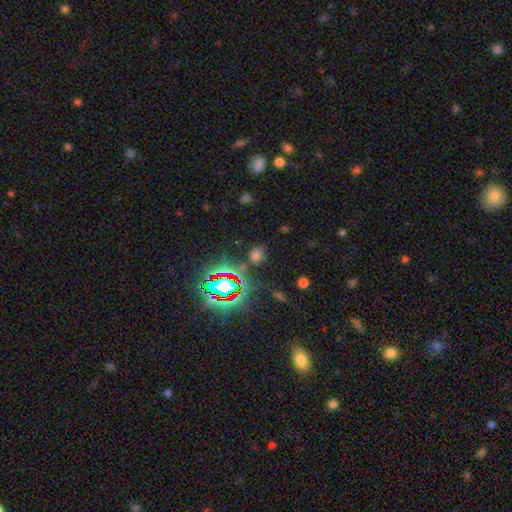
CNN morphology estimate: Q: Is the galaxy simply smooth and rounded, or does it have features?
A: smooth — 52%.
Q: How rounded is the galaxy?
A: round — 62%.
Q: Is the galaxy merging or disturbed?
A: none — 75%.